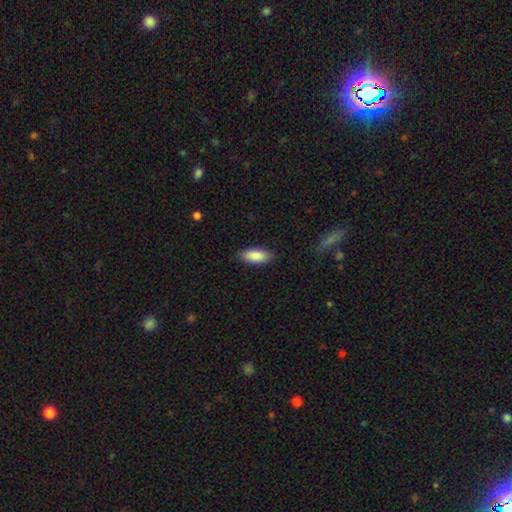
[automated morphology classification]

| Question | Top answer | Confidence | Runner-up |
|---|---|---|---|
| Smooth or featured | smooth | 88% | featured or disk (6%) |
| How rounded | in between | 82% | cigar-shaped (16%) |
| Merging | none | 86% | minor disturbance (11%) |